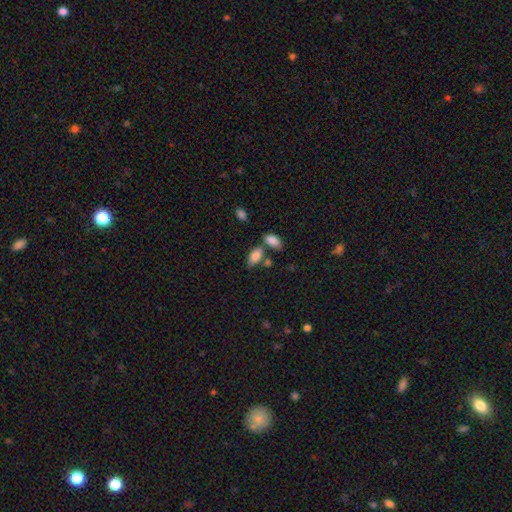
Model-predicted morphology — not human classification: Smooth or featured? smooth (84%)
How rounded? in between (91%)
Merging? none (53%)